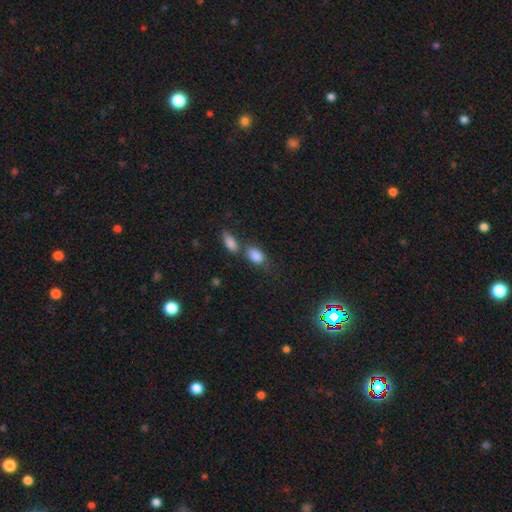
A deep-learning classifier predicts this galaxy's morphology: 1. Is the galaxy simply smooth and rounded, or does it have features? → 86% smooth, 8% star or artifact, 6% featured or disk.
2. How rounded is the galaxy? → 87% in between, 9% round, 4% cigar-shaped.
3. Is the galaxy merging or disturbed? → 47% none, 33% merger, 14% minor disturbance, 6% major disturbance.